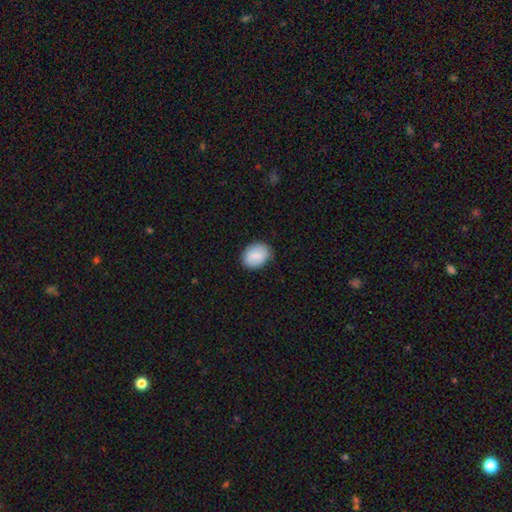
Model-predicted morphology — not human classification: Smooth or featured?
  - smooth: 85% *
  - featured or disk: 8%
  - star or artifact: 7%
How rounded?
  - in between: 65% *
  - round: 34%
  - cigar-shaped: 1%
Merging?
  - none: 82% *
  - minor disturbance: 14%
  - major disturbance: 3%
  - merger: 1%